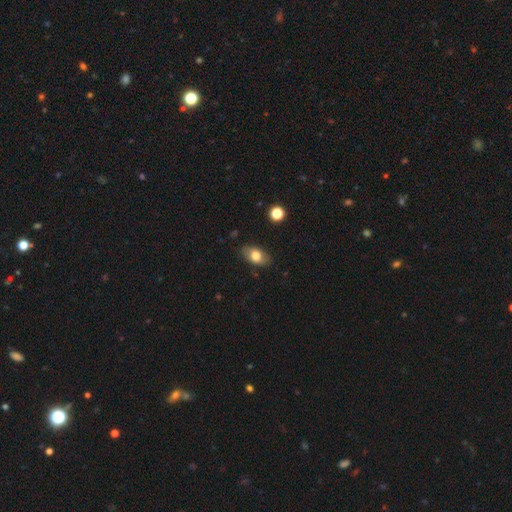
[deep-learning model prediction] Overall: smooth (77%). How rounded: in between (87%). Merging: none (84%).